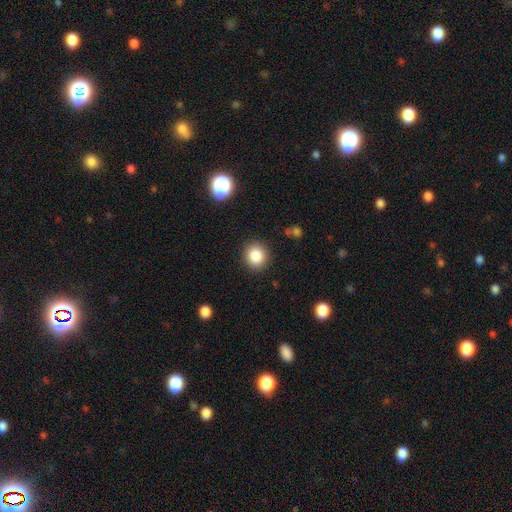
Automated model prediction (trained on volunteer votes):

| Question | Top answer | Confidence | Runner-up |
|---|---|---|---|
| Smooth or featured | smooth | 85% | star or artifact (10%) |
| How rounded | round | 87% | in between (12%) |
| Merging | none | 90% | minor disturbance (7%) |